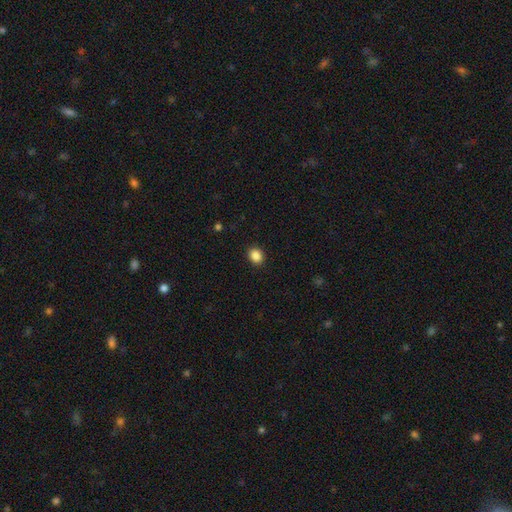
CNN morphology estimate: This appears to be a smooth galaxy with no disk features (87%) that is round (60%). Merging: none (91%).